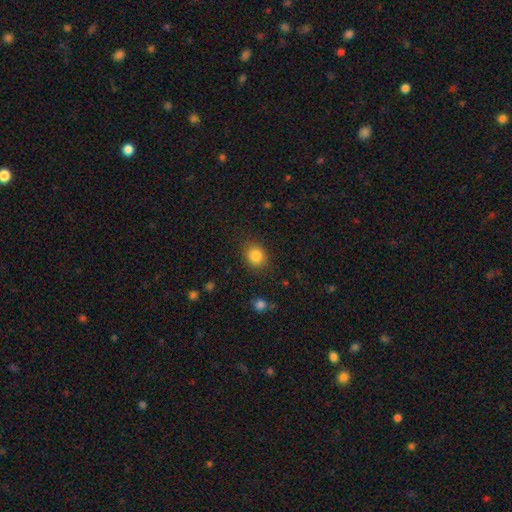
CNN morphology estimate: Smooth or featured? smooth (85%)
How rounded? round (70%)
Merging? none (86%)